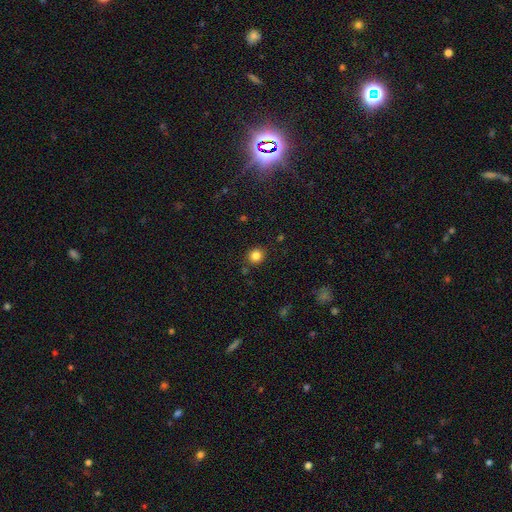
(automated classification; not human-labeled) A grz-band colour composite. It shows a smooth galaxy with no disk features (84%) that is round (87%). Merging: none (89%).